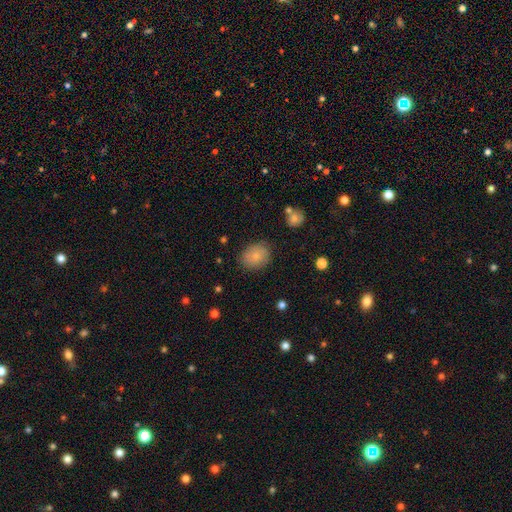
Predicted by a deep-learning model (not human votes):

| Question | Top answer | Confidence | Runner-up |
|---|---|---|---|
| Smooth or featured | smooth | 78% | featured or disk (13%) |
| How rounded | round | 56% | in between (43%) |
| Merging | none | 80% | minor disturbance (14%) |